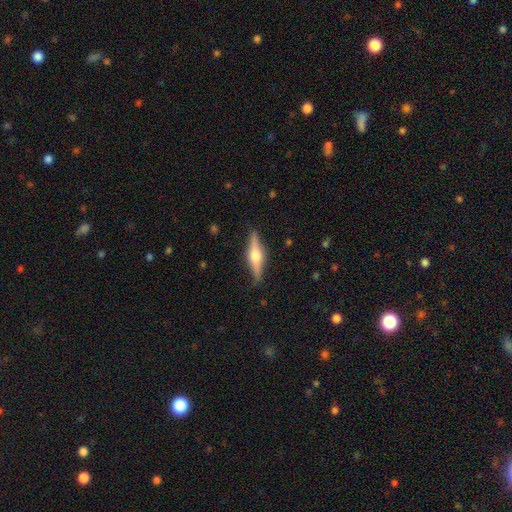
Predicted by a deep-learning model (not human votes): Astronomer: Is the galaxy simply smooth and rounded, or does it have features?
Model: featured or disk — 67%.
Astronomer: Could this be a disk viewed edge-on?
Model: yes — 96%.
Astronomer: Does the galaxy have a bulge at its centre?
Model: rounded — 94%.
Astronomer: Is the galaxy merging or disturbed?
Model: none — 88%.